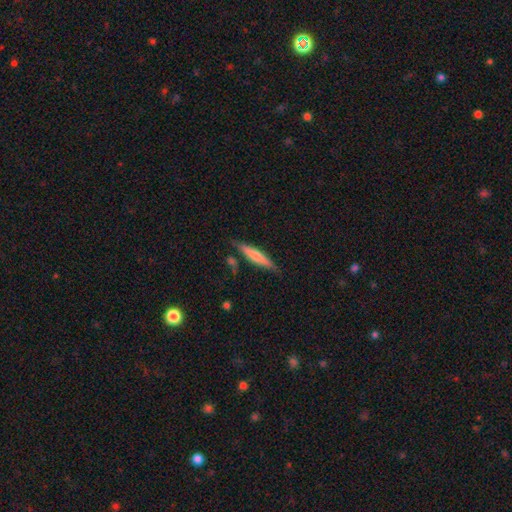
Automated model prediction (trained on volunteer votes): A smooth galaxy with no disk features (54%) that is cigar-shaped (88%).

Vote fractions:
- Smooth or featured? smooth: 54% / featured or disk: 40% / star or artifact: 6%
- How rounded? cigar-shaped: 88% / in between: 11% / round: 2%
- Merging? none: 80% / minor disturbance: 13% / merger: 4% / major disturbance: 3%